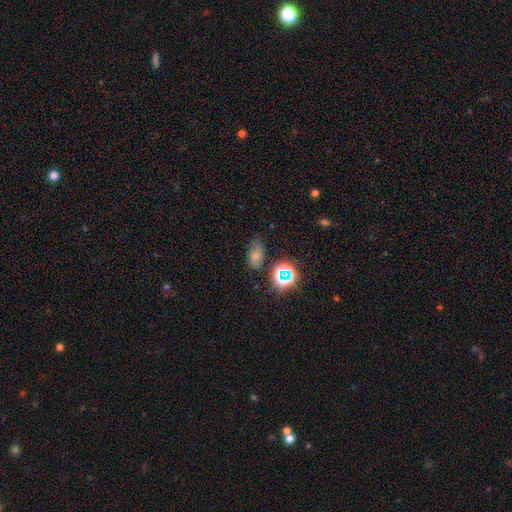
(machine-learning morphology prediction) Smooth or featured? smooth (67%)
How rounded? in between (85%)
Merging? none (64%)